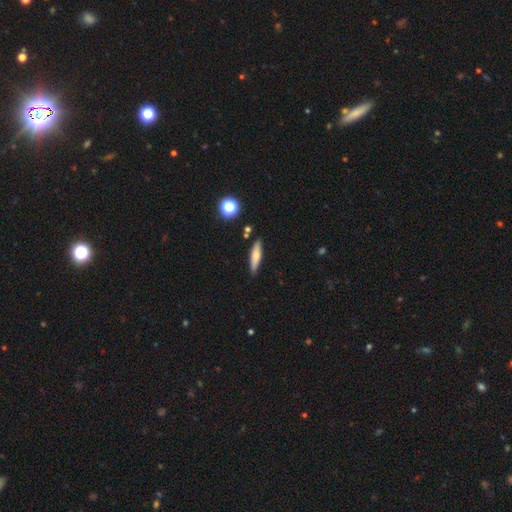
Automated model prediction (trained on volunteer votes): Morphology: type=smooth (63%); roundness=cigar-shaped (75%); merging=none (84%).